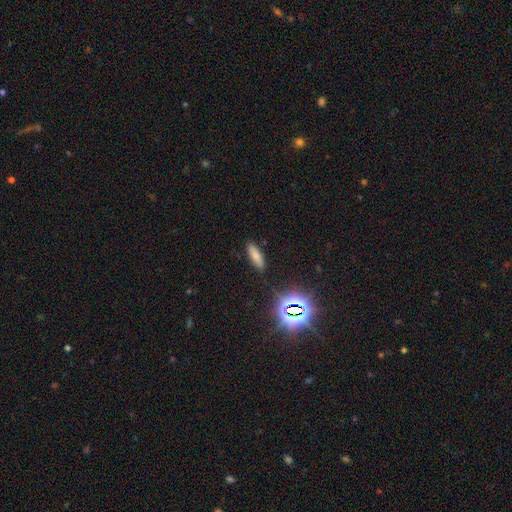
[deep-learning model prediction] smooth-or-featured: smooth: 75% | star or artifact: 15% | featured or disk: 10%
  how-rounded: in between: 50% | cigar-shaped: 47% | round: 3%
  merging: none: 87% | minor disturbance: 9% | major disturbance: 3% | merger: 2%